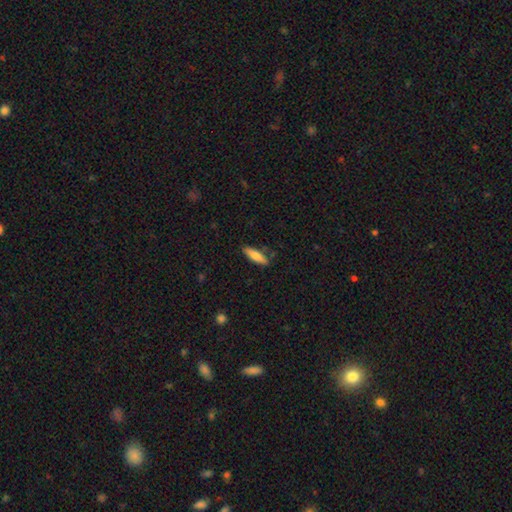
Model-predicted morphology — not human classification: Smooth or featured? smooth (76%)
How rounded? cigar-shaped (60%)
Merging? none (83%)